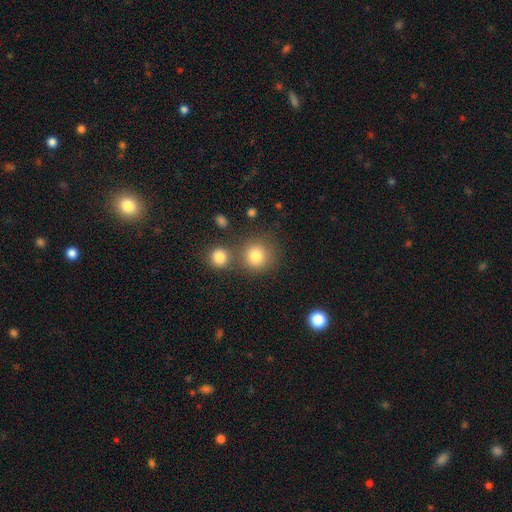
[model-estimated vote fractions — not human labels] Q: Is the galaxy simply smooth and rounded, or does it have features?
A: smooth — 80%.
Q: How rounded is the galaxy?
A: round — 90%.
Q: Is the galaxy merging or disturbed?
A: none — 68%.